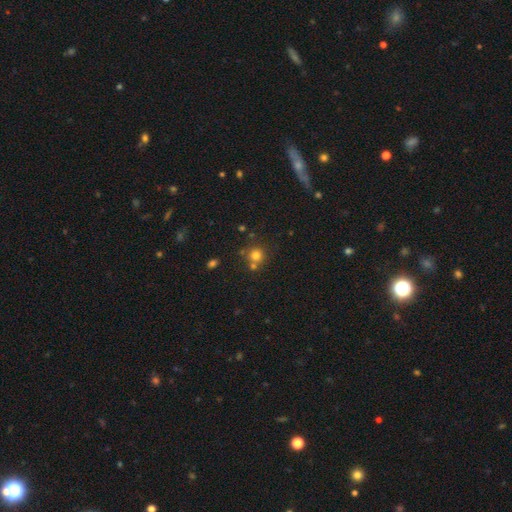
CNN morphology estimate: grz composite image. It shows a smooth galaxy with no disk features (76%) that is round (91%). Merging: none (64%).